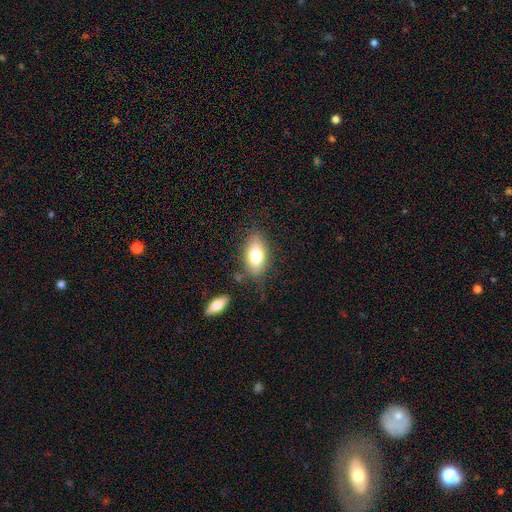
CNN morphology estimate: This appears to be a smooth galaxy with no disk features (75%) that is in between round and cigar-shaped (88%). Merging: none (75%).